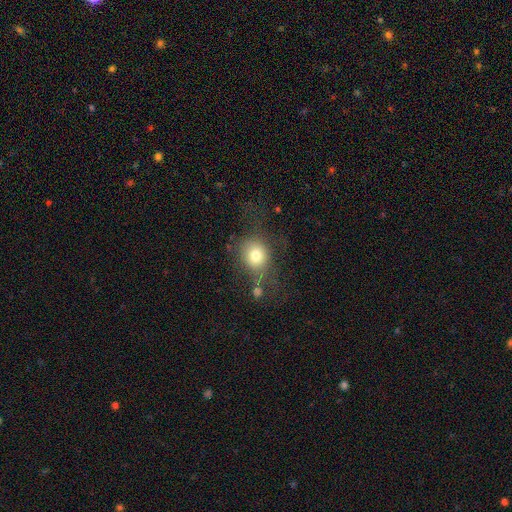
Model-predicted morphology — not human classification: Smooth or featured? Predicted: smooth (p=0.75). How rounded? Predicted: round (p=0.72). Merging? Predicted: none (p=0.53).